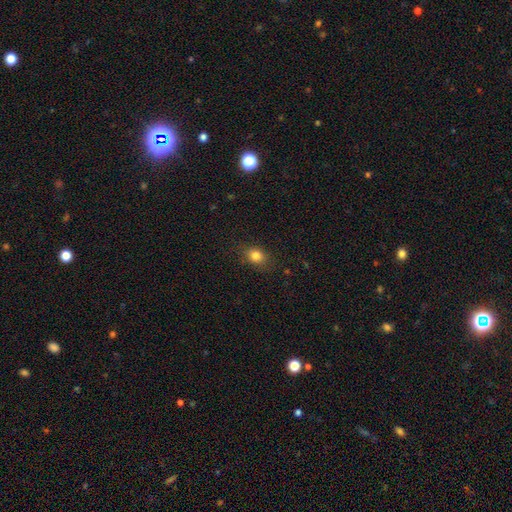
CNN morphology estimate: Overall: smooth (82%). How rounded: in between (56%; round 42%). Merging: none (81%).